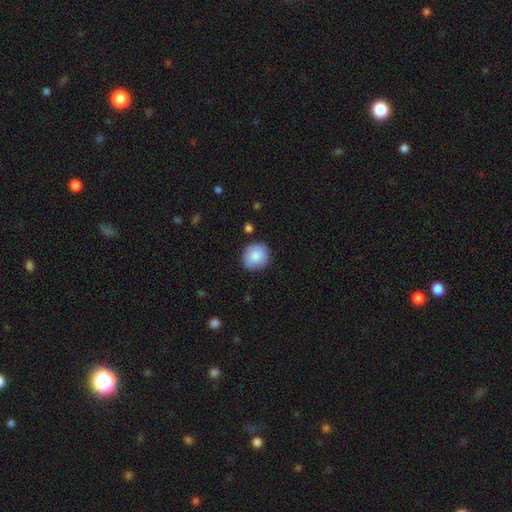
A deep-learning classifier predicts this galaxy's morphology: smooth 84%, featured or disk 9%, star or artifact 7%. Down the decision tree: how rounded — round (87%); merging — none (83%).